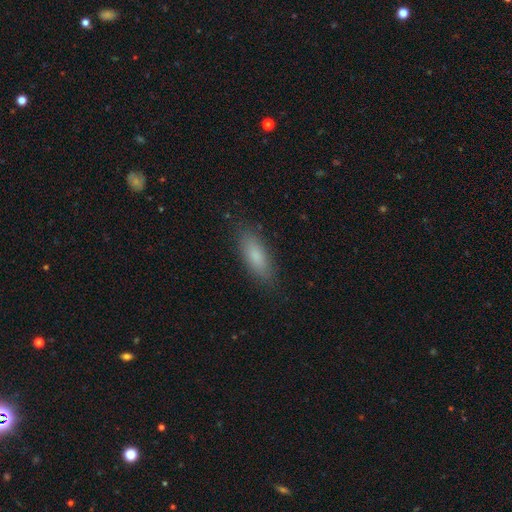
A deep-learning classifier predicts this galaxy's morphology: This appears to be a smooth galaxy with no disk features (81%) that is in between round and cigar-shaped (66%). Merging: none (84%).